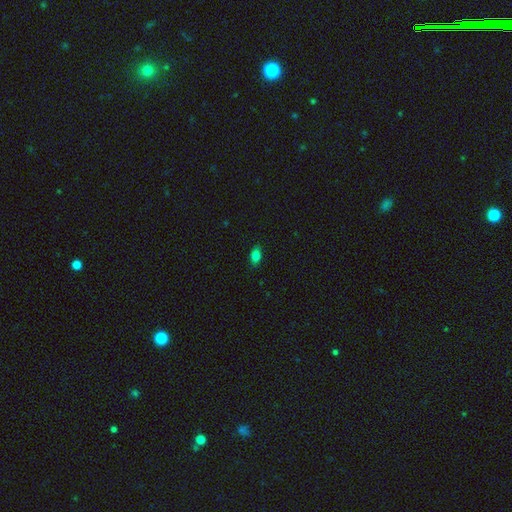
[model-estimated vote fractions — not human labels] smooth 81%, star or artifact 10%, featured or disk 9%. Down the decision tree: how rounded — in between (88%); merging — none (87%).